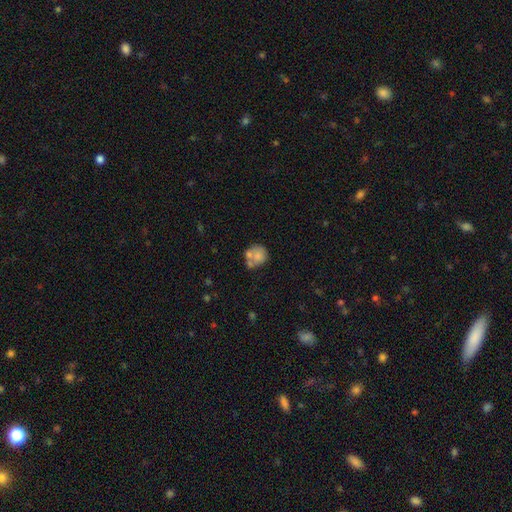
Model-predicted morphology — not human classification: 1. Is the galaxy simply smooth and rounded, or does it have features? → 68% smooth, 22% featured or disk, 9% star or artifact.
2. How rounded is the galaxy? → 74% round, 25% in between, 1% cigar-shaped.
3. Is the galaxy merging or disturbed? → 41% merger, 36% none, 15% minor disturbance, 8% major disturbance.